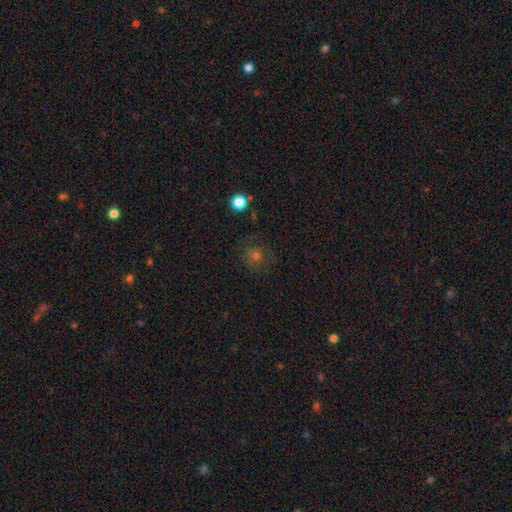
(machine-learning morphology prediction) smooth 53%, star or artifact 26%, featured or disk 21%. Down the decision tree: how rounded — round (88%); merging — none (78%).